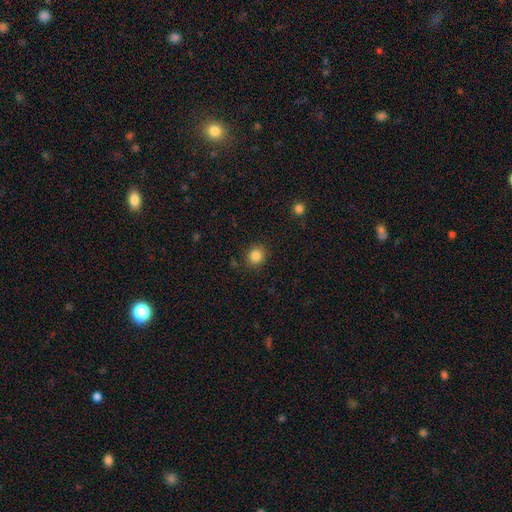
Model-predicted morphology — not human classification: This appears to be a smooth galaxy with no disk features (85%) that is round (79%). Merging: none (88%).